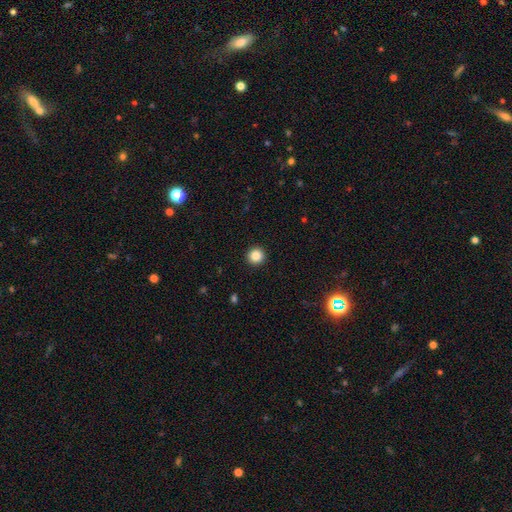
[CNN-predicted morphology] smooth 86%, star or artifact 11%, featured or disk 4%. Down the decision tree: how rounded — round (96%); merging — none (94%).